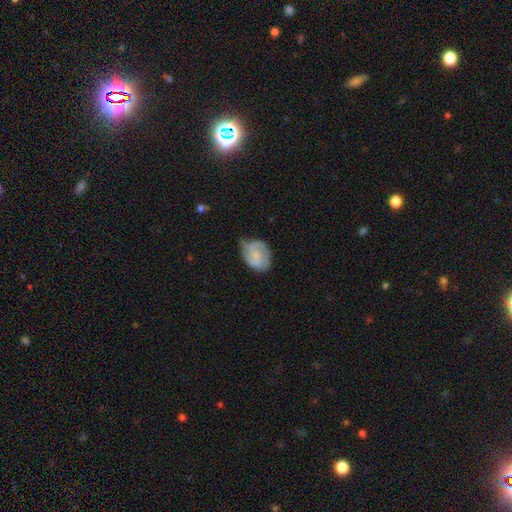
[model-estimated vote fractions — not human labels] This appears to be a featured or disk galaxy (58%) with no bar (60%), spiral arms (87%) and a small central bulge (52%). Merging: none (41%).